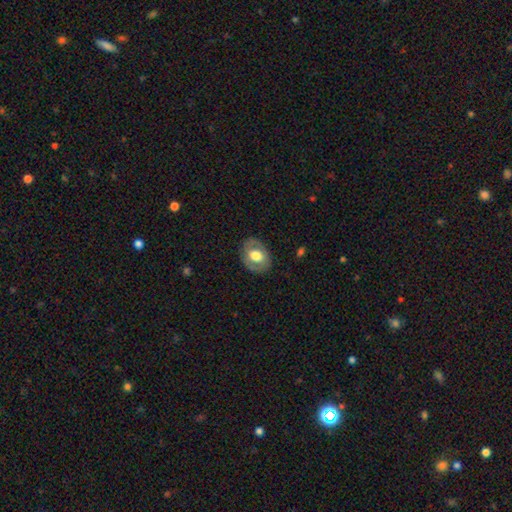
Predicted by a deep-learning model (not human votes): Q: Smooth or featured?
A: smooth (53%); runner-up: featured or disk (41%)
Q: How rounded?
A: in between (67%); runner-up: round (32%)
Q: Merging?
A: none (80%); runner-up: minor disturbance (14%)